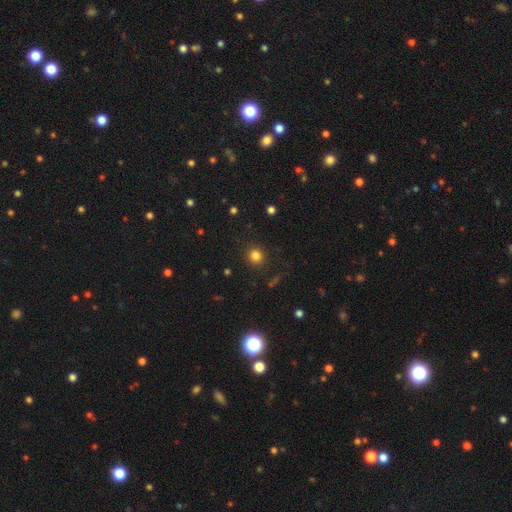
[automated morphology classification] Smooth or featured? Predicted: smooth (p=0.81). How rounded? Predicted: round (p=0.93). Merging? Predicted: none (p=0.90).